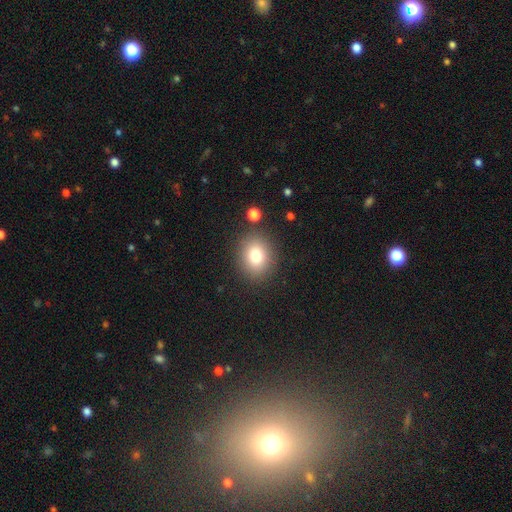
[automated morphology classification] smooth 77%, star or artifact 12%, featured or disk 10%. Down the decision tree: how rounded — round (65%); merging — none (86%).